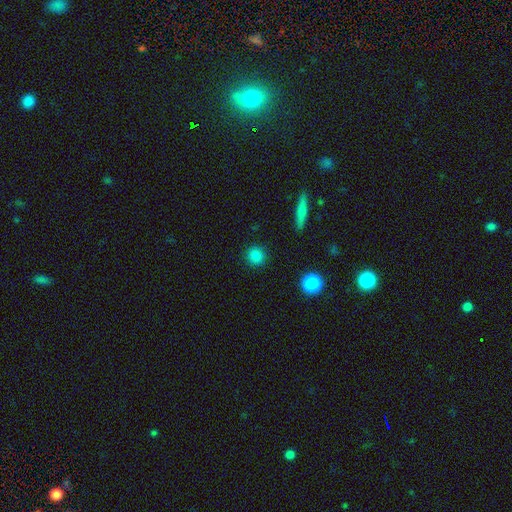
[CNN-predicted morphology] smooth-or-featured: smooth: 84% | star or artifact: 11% | featured or disk: 5%
  how-rounded: round: 93% | in between: 6% | cigar-shaped: 1%
  merging: none: 91% | minor disturbance: 5% | major disturbance: 2% | merger: 1%